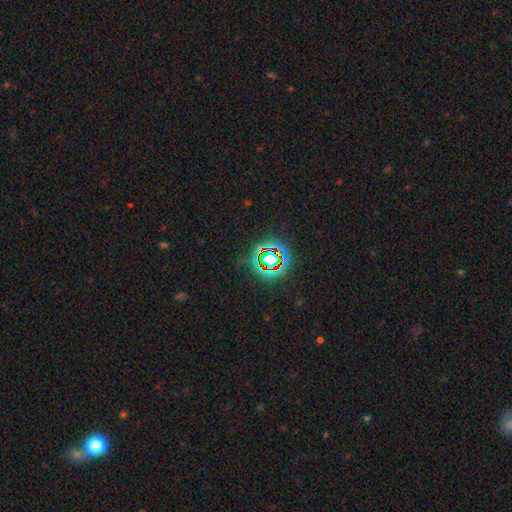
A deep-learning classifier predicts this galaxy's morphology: Smooth or featured? star or artifact (64%)